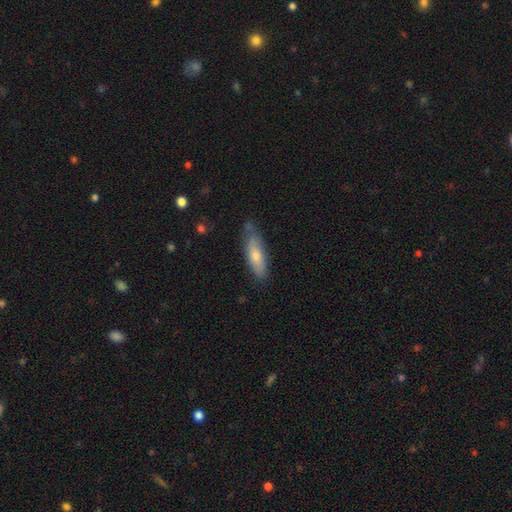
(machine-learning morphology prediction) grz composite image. It shows a smooth galaxy with no disk features (69%) that is cigar-shaped (51%). Merging: none (67%).